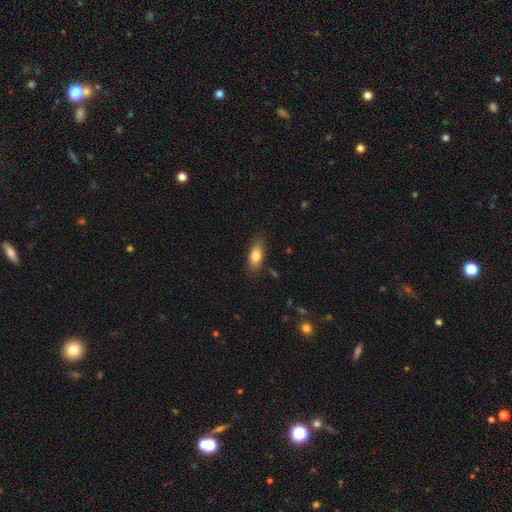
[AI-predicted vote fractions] A smooth galaxy with no disk features (79%) that is in between round and cigar-shaped (81%).

Vote fractions:
- Smooth or featured? smooth: 79% / featured or disk: 14% / star or artifact: 7%
- How rounded? in between: 81% / cigar-shaped: 15% / round: 4%
- Merging? none: 82% / minor disturbance: 14% / major disturbance: 3% / merger: 2%